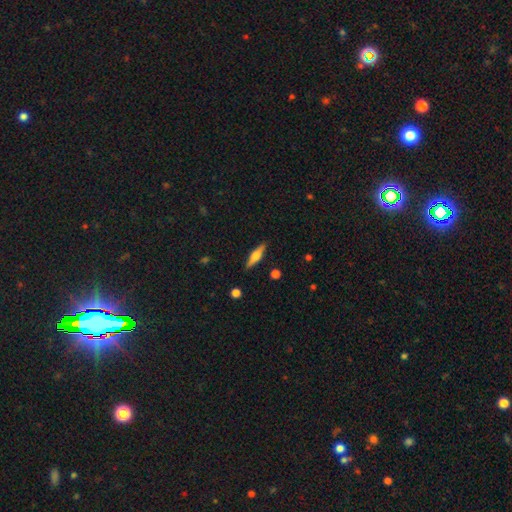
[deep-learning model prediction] This appears to be a featured or disk galaxy (52%) viewed edge-on (95%). Merging: none (88%).